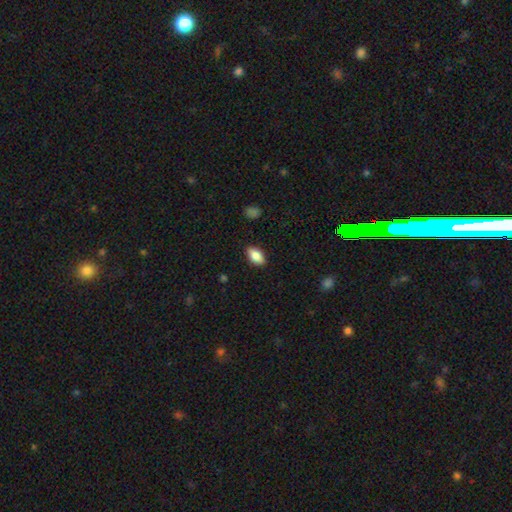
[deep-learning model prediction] The model was most divided on "smooth or featured": smooth: 85%, featured or disk: 8%, star or artifact: 7%. More confident: how rounded — in between (91%); merging — none (87%).